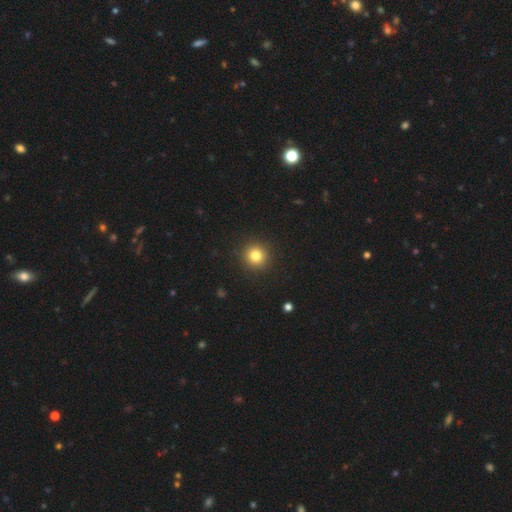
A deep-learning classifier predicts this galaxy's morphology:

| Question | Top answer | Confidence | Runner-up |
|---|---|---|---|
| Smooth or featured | smooth | 82% | star or artifact (12%) |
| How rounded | round | 94% | in between (5%) |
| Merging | none | 92% | minor disturbance (5%) |